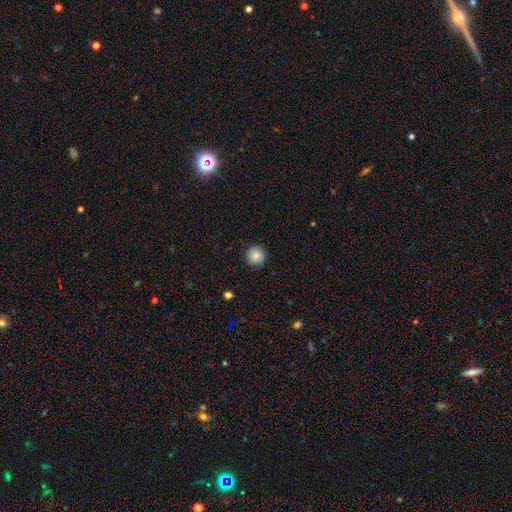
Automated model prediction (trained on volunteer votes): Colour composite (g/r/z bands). It shows a smooth galaxy with no disk features (82%) that is round (95%). Merging: none (90%).